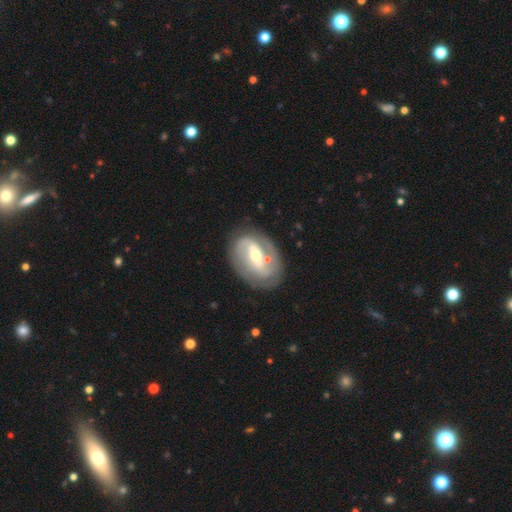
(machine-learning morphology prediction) featured or disk 79%, smooth 16%, star or artifact 5%. Down the decision tree: edge-on disk — no (95%); bar — strong (41%); spiral arms — yes (79%); spiral arm count — 2 (72%); spiral winding — tight (45%); bulge size — moderate (54%); merging — none (71%).